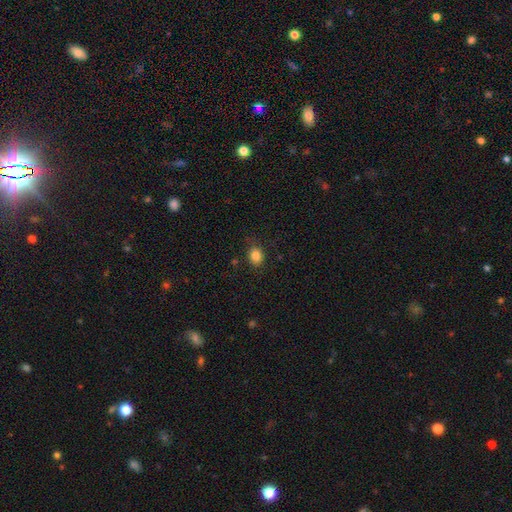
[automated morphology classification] Q: Smooth or featured?
A: smooth (84%); runner-up: star or artifact (11%)
Q: How rounded?
A: round (57%); runner-up: in between (42%)
Q: Merging?
A: none (79%); runner-up: minor disturbance (15%)